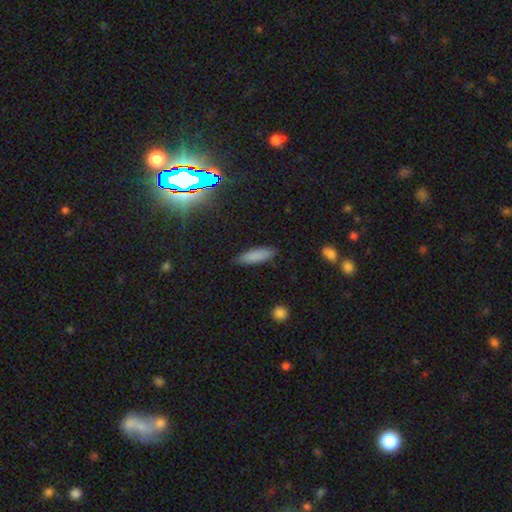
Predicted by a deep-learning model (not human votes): Smooth or featured? smooth (83%)
How rounded? cigar-shaped (57%)
Merging? none (85%)